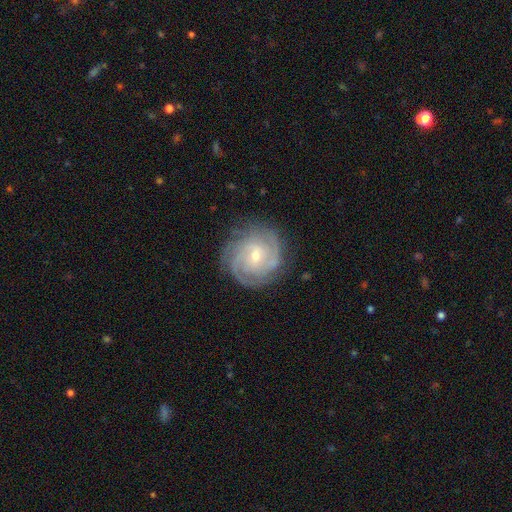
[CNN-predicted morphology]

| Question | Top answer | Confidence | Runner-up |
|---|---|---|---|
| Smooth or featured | featured or disk | 87% | smooth (8%) |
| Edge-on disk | no | 98% | yes (2%) |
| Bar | no | 61% | weak (31%) |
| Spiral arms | yes | 97% | no (3%) |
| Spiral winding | tight | 71% | medium (25%) |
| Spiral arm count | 3 | 33% | can't tell (21%) |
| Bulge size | small | 62% | moderate (35%) |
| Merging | none | 82% | minor disturbance (12%) |